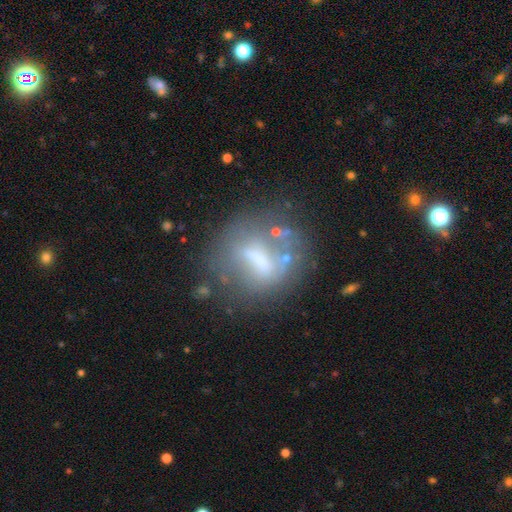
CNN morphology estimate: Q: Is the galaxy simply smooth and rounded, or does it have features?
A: featured or disk — 48%.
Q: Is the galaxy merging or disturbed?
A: none — 55%.